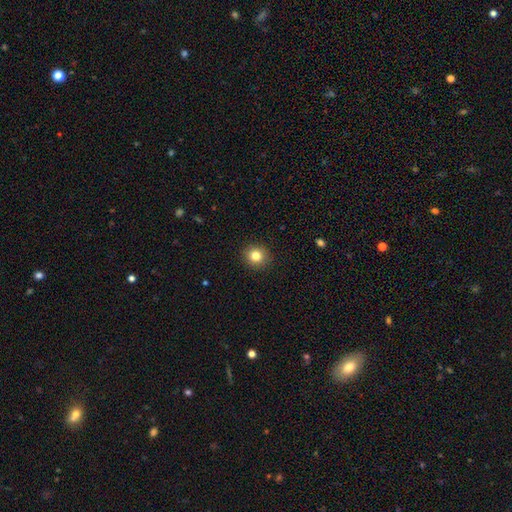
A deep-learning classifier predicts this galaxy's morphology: type=smooth (82%); roundness=round (90%); merging=none (92%).